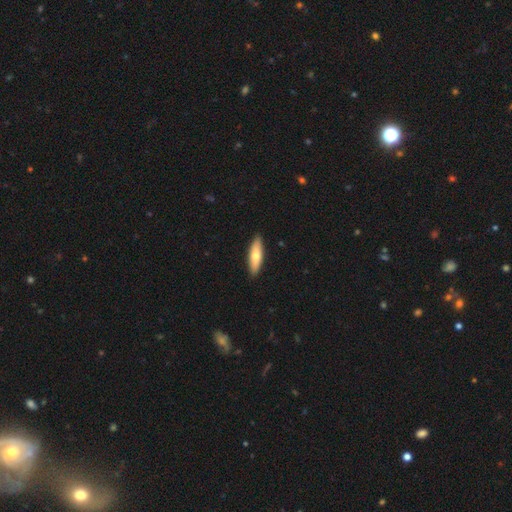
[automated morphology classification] Overall: smooth (68%). How rounded: cigar-shaped (58%; in between 40%). Merging: none (90%).